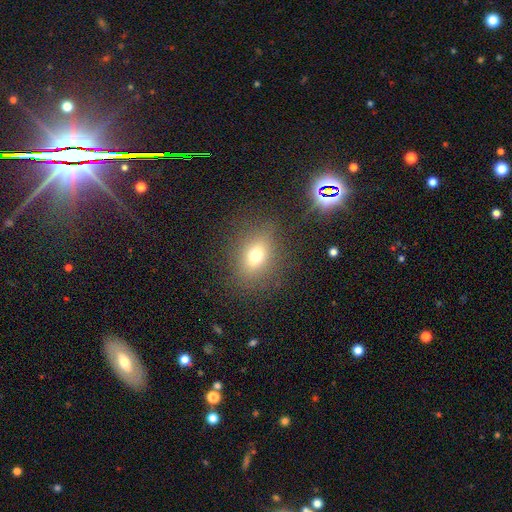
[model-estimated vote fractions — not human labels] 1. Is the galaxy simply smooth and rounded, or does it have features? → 67% smooth, 17% star or artifact, 16% featured or disk.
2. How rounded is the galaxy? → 56% in between, 41% round, 3% cigar-shaped.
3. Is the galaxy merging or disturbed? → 82% none, 11% minor disturbance, 6% major disturbance, 2% merger.